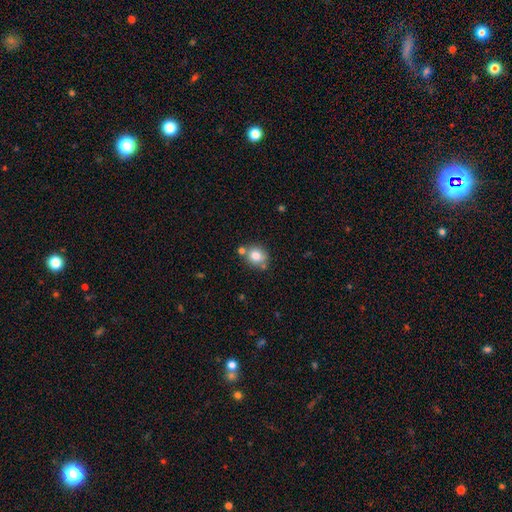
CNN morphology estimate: Smooth or featured? smooth (80%)
How rounded? round (79%)
Merging? none (67%)